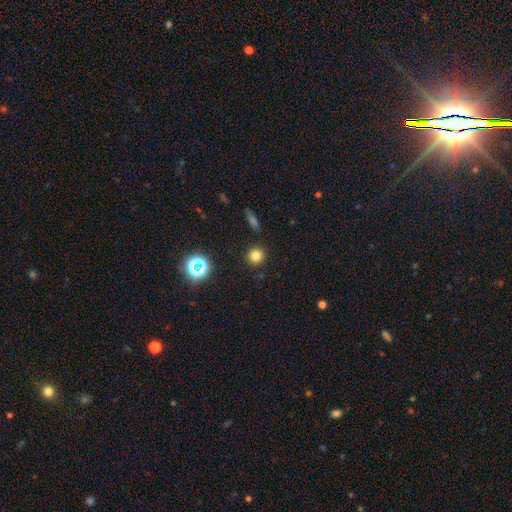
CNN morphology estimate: This appears to be a smooth galaxy with no disk features (77%) that is round (92%). Merging: none (90%).